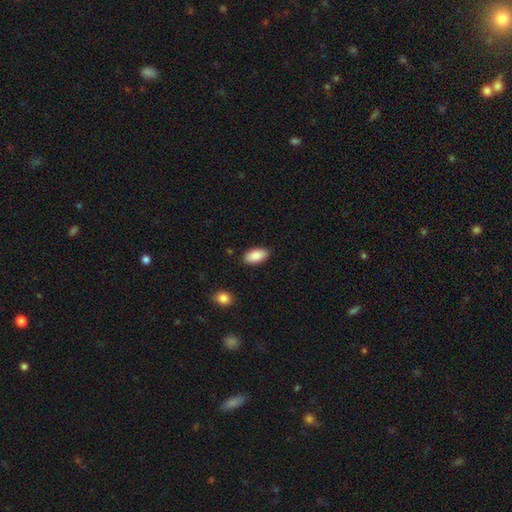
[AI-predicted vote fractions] The model was most divided on "merging": none: 86%, minor disturbance: 10%, major disturbance: 2%, merger: 2%. More confident: how rounded — in between (93%); smooth or featured — smooth (88%).